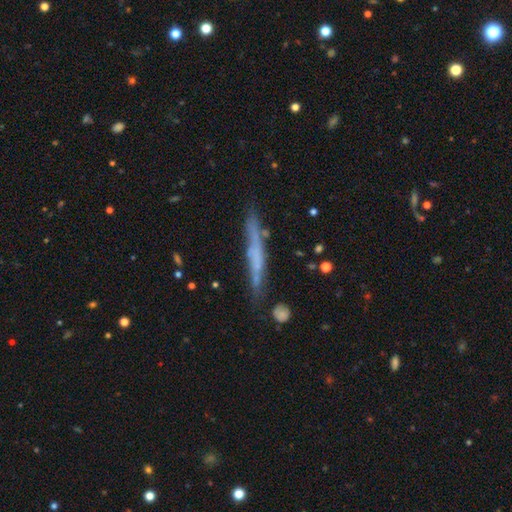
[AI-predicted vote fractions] Overall: featured or disk (54%; smooth 38%). Edge-on disk: yes (89%). Merging: none (71%).